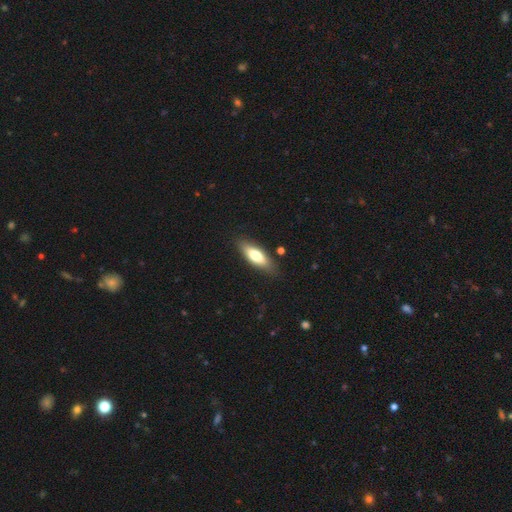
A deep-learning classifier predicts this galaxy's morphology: smooth_or_featured: smooth (p=0.70) [alt: featured or disk p=0.24]
how_rounded: in between (p=0.62) [alt: cigar-shaped p=0.36]
merging: none (p=0.83) [alt: minor disturbance p=0.12]